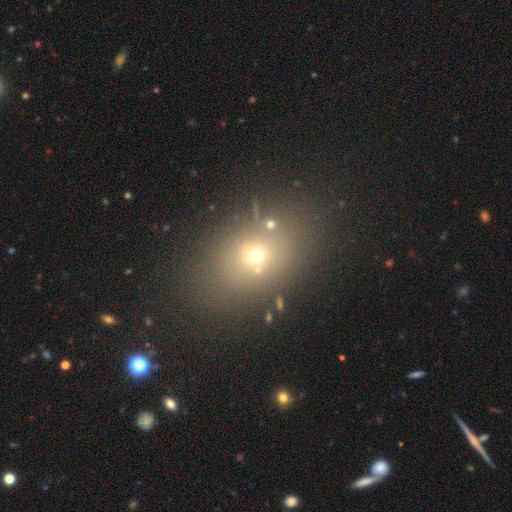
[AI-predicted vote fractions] smooth-or-featured: smooth: 58% | star or artifact: 26% | featured or disk: 16%
  how-rounded: in between: 65% | round: 33% | cigar-shaped: 2%
  merging: none: 78% | minor disturbance: 11% | merger: 7% | major disturbance: 5%